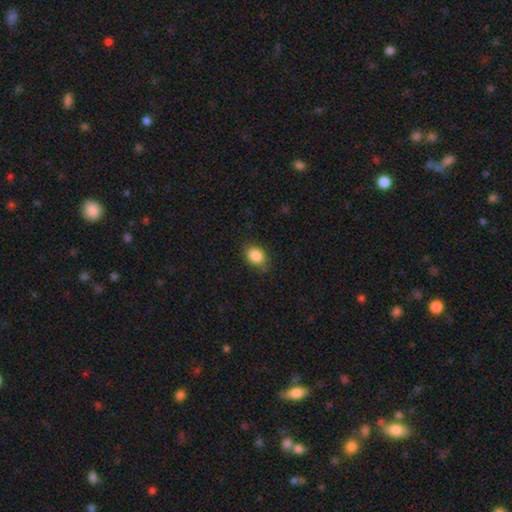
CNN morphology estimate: Q: Smooth or featured?
A: smooth (86%); runner-up: star or artifact (9%)
Q: How rounded?
A: in between (69%); runner-up: round (30%)
Q: Merging?
A: none (76%); runner-up: minor disturbance (19%)